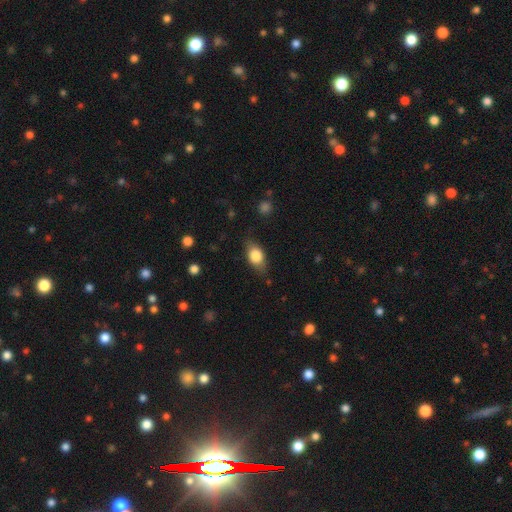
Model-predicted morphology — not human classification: Overall: smooth (77%). How rounded: in between (83%). Merging: none (77%).